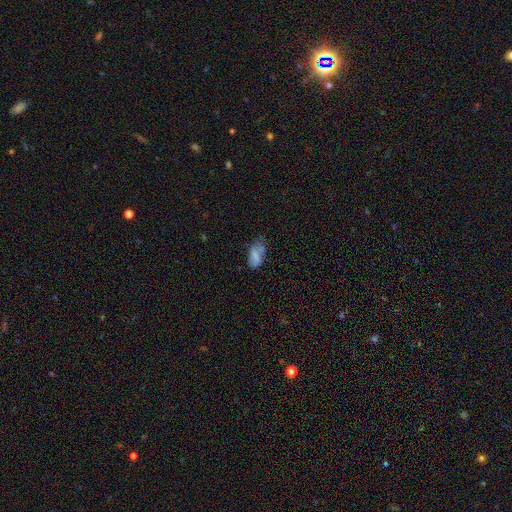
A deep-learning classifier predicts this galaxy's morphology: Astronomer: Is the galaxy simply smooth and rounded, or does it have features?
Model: smooth — 71%.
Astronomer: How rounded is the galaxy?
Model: in between — 91%.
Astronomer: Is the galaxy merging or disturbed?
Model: none — 37%, tied with minor disturbance at 37%.